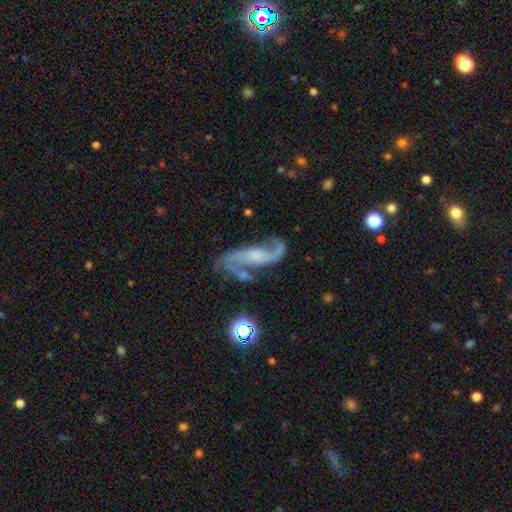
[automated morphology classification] Smooth or featured?
  - featured or disk: 86% *
  - star or artifact: 7%
  - smooth: 7%
Edge-on disk?
  - no: 94% *
  - yes: 6%
Bar?
  - no: 43% *
  - weak: 37%
  - strong: 19%
Spiral arms?
  - yes: 96% *
  - no: 4%
Spiral winding?
  - loose: 51% *
  - medium: 38%
  - tight: 10%
Spiral arm count?
  - 2: 91% *
  - 1: 3%
  - can't tell: 3%
  - 3: 2%
  - 4: 1%
  - more than 4: 1%
Bulge size?
  - small: 40% *
  - moderate: 30%
  - none: 22%
  - large: 6%
  - dominant: 2%
Merging?
  - none: 58% *
  - minor disturbance: 19%
  - major disturbance: 15%
  - merger: 9%